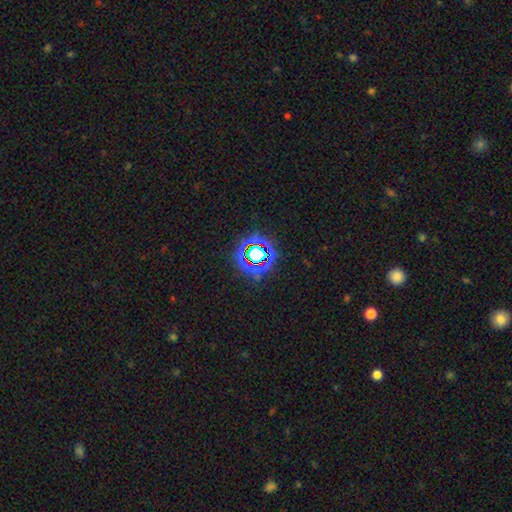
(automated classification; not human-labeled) This appears to be a star or artifact, not a galaxy (69%).